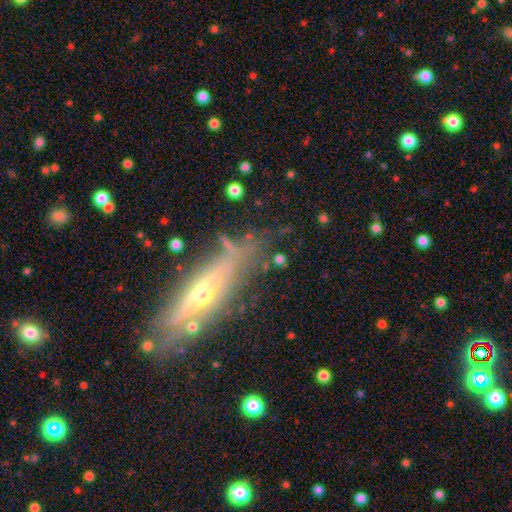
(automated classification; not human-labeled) Smooth or featured: featured or disk — 69% (smooth — 21%)
Edge-on disk: yes — 80% (no — 20%)
Edge-on bulge: rounded — 82% (none — 12%)
Merging: none — 71% (minor disturbance — 17%)